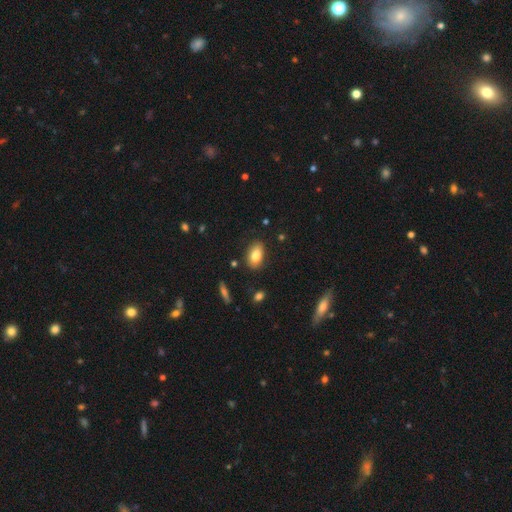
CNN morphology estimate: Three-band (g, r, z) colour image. It shows a smooth galaxy with no disk features (82%) that is in between round and cigar-shaped (90%). Merging: none (82%).